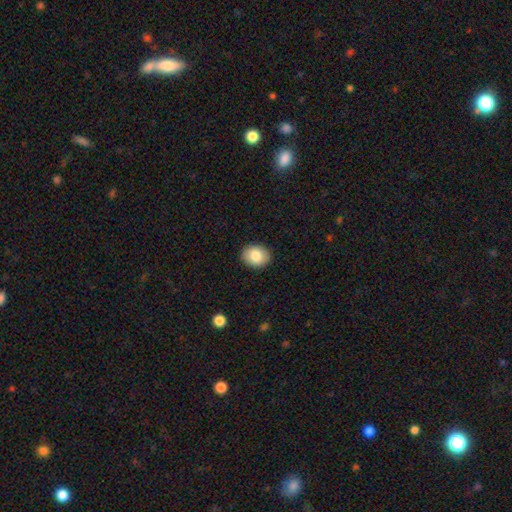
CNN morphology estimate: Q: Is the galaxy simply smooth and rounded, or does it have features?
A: smooth — 84%.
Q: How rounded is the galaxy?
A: in between — 53%.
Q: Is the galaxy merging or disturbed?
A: none — 90%.